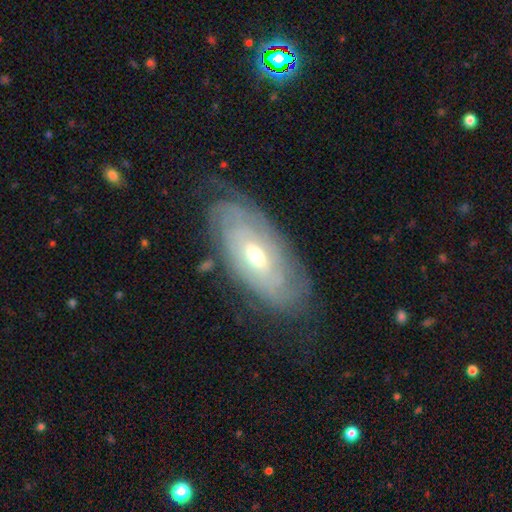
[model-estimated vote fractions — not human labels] Q: Smooth or featured?
A: featured or disk (78%); runner-up: smooth (16%)
Q: Edge-on disk?
A: no (89%); runner-up: yes (11%)
Q: Bar?
A: no (56%); runner-up: weak (34%)
Q: Spiral arms?
A: yes (87%); runner-up: no (13%)
Q: Spiral winding?
A: tight (78%); runner-up: medium (17%)
Q: Spiral arm count?
A: can't tell (58%); runner-up: 2 (16%)
Q: Bulge size?
A: moderate (67%); runner-up: small (27%)
Q: Merging?
A: none (74%); runner-up: minor disturbance (18%)